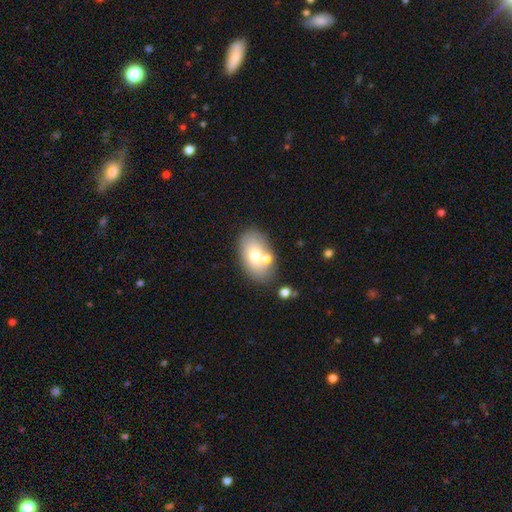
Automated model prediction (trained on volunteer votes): Morphology: type=smooth (68%); roundness=in between (90%); merging=none (65%).